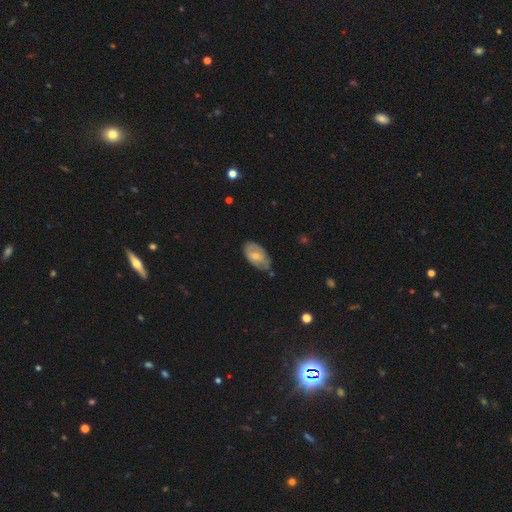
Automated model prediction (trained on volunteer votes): smooth 59%, featured or disk 34%, star or artifact 6%. Down the decision tree: how rounded — in between (93%); merging — none (59%).